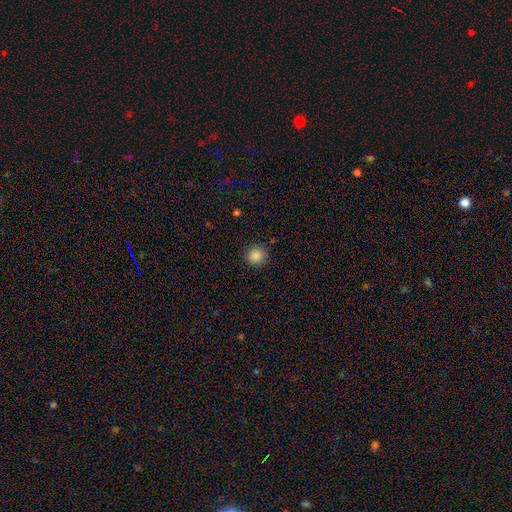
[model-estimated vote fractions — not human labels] Smooth or featured?
  - smooth: 86% *
  - star or artifact: 10%
  - featured or disk: 3%
How rounded?
  - round: 90% *
  - in between: 9%
  - cigar-shaped: 1%
Merging?
  - none: 88% *
  - minor disturbance: 8%
  - major disturbance: 2%
  - merger: 1%